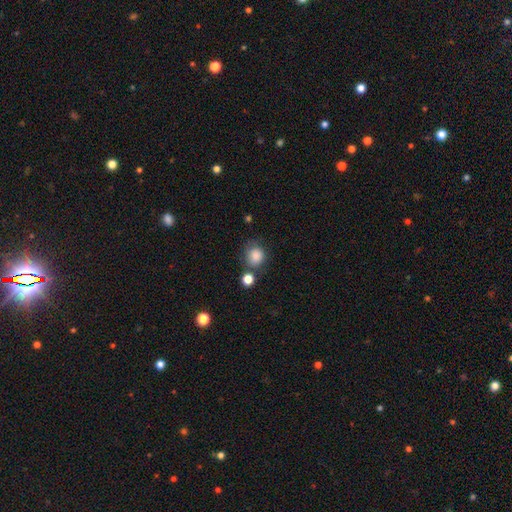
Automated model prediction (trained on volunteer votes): smooth-or-featured: smooth: 85% | star or artifact: 10% | featured or disk: 5%
  how-rounded: round: 79% | in between: 20% | cigar-shaped: 1%
  merging: none: 63% | minor disturbance: 19% | merger: 11% | major disturbance: 7%